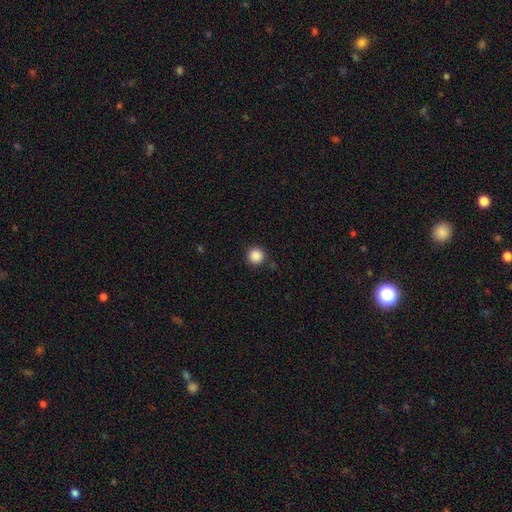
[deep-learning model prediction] Smooth or featured? Predicted: smooth (p=0.87). How rounded? Predicted: round (p=0.96). Merging? Predicted: none (p=0.90).